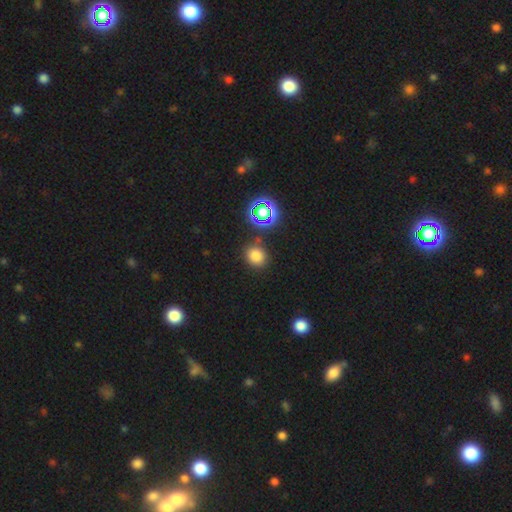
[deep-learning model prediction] Smooth or featured?
  - smooth: 75% *
  - star or artifact: 19%
  - featured or disk: 6%
How rounded?
  - round: 77% *
  - in between: 22%
  - cigar-shaped: 1%
Merging?
  - none: 83% *
  - minor disturbance: 9%
  - merger: 5%
  - major disturbance: 3%